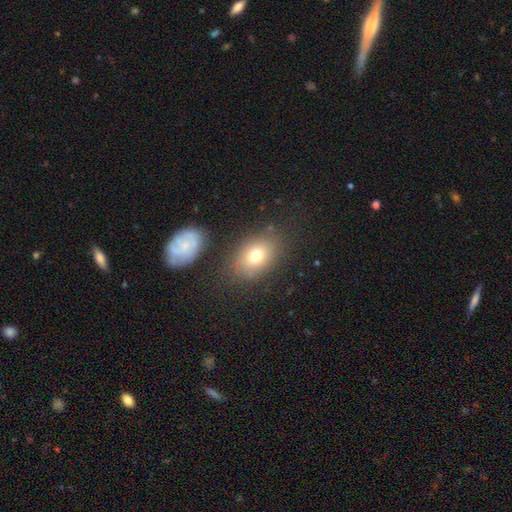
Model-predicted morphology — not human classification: A smooth galaxy with no disk features (75%) that is in between round and cigar-shaped (73%).

Vote fractions:
- Smooth or featured? smooth: 75% / featured or disk: 15% / star or artifact: 11%
- How rounded? in between: 73% / round: 25% / cigar-shaped: 1%
- Merging? none: 78% / minor disturbance: 13% / merger: 5% / major disturbance: 5%